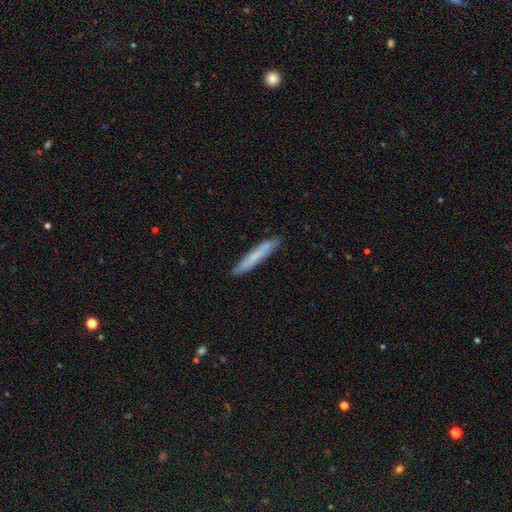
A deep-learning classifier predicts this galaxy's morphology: The model was most divided on "smooth or featured": smooth: 68%, featured or disk: 26%, star or artifact: 6%. More confident: how rounded — cigar-shaped (95%); merging — none (88%).